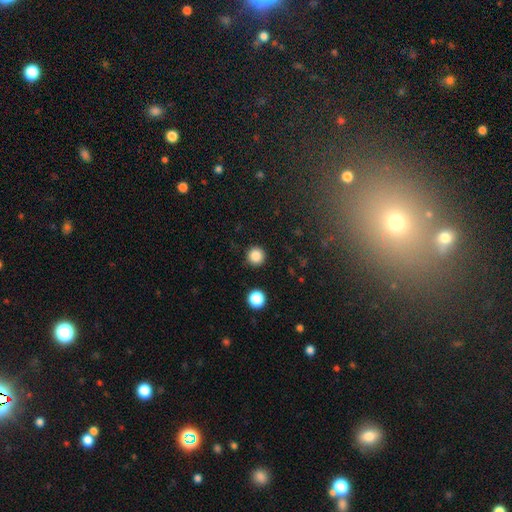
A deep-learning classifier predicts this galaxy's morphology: smooth-or-featured: smooth: 86% | star or artifact: 11% | featured or disk: 3%
  how-rounded: round: 95% | in between: 4% | cigar-shaped: 1%
  merging: none: 91% | minor disturbance: 5% | major disturbance: 2% | merger: 1%